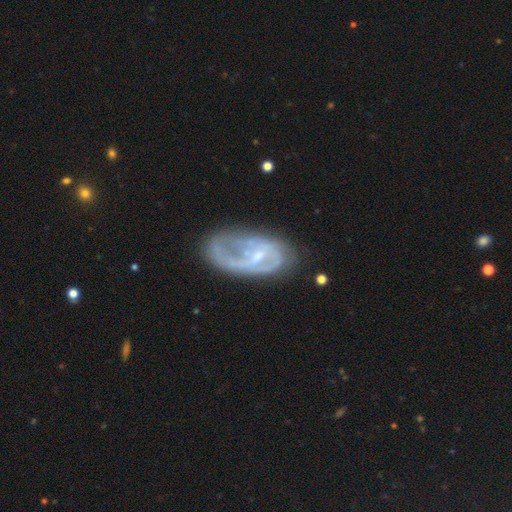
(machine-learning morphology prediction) Smooth or featured: featured or disk — 71% (smooth — 22%)
Edge-on disk: no — 95% (yes — 5%)
Bar: no — 46% (weak — 43%)
Spiral arms: yes — 70% (no — 30%)
Bulge size: small — 61% (moderate — 23%)
Merging: none — 44% (major disturbance — 26%)